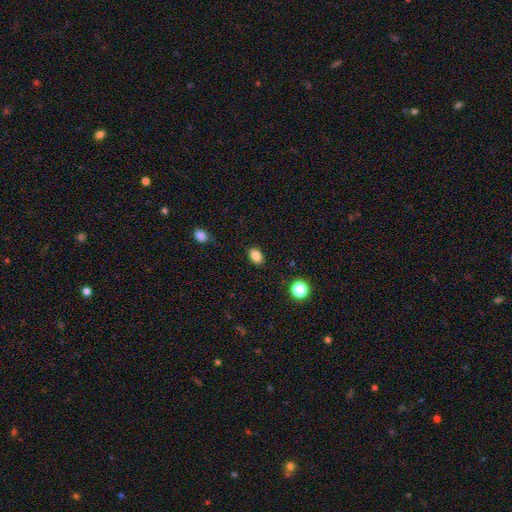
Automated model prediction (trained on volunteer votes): A smooth galaxy with no disk features (86%) that is in between round and cigar-shaped (78%). Merging: none (86%).